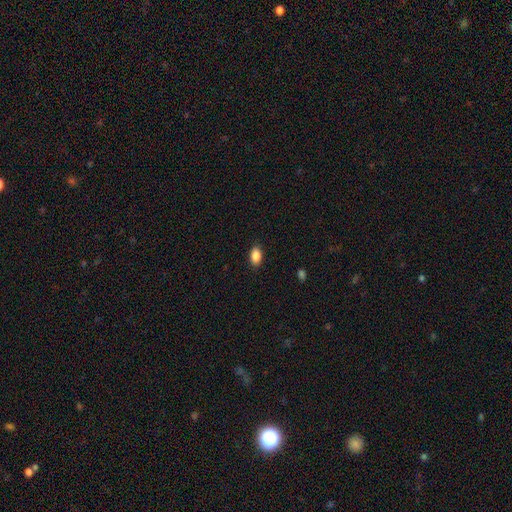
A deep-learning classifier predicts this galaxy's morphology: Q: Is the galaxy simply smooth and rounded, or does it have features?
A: smooth — 88%.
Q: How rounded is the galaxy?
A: in between — 90%.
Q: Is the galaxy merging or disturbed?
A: none — 88%.